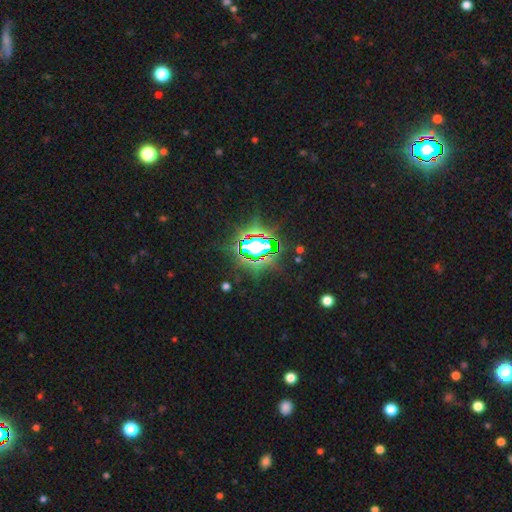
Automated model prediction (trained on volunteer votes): This appears to be a star or artifact, not a galaxy (80%).